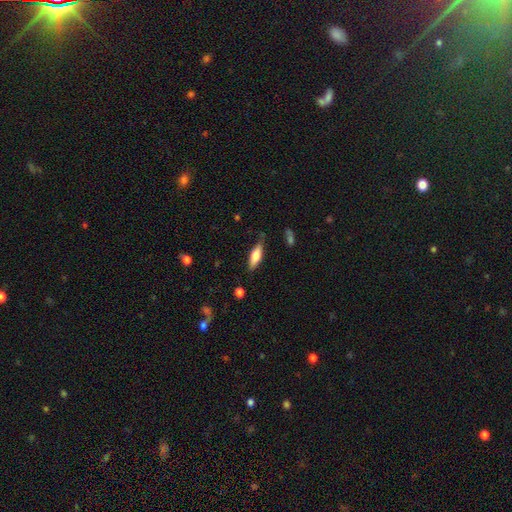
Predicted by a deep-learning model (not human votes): Morphology: type=smooth (66%); roundness=in between (57%); merging=none (75%).